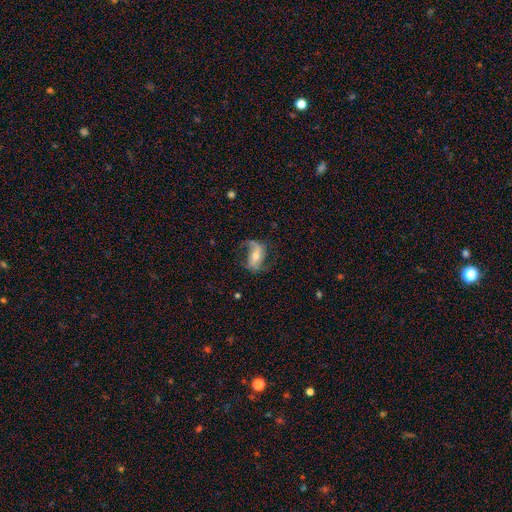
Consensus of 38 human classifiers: Smooth or featured: featured or disk — 53% (smooth — 39%)
Edge-on disk: no — 95% (yes — 5%)
Bar: strong — 53% (weak — 26%)
Spiral arms: yes — 68% (no — 32%)
Spiral winding: loose — 62% (medium — 31%)
Spiral arm count: 2 — 69% (4 — 15%)
Bulge size: moderate — 63% (small — 26%)
Merging: none — 54% (major disturbance — 29%)